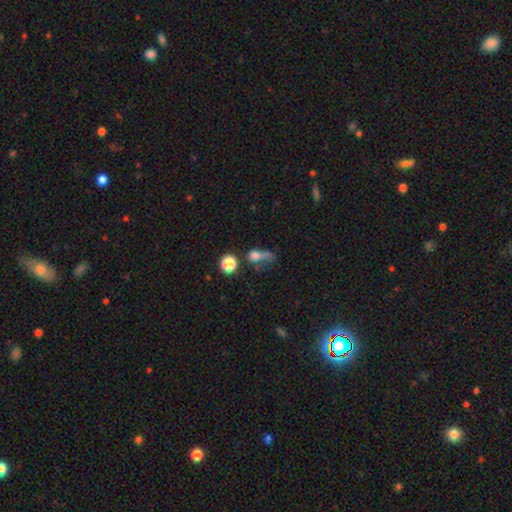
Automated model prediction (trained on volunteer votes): A smooth galaxy with no disk features (60%) that is round (51%). Merging: major disturbance (41%).